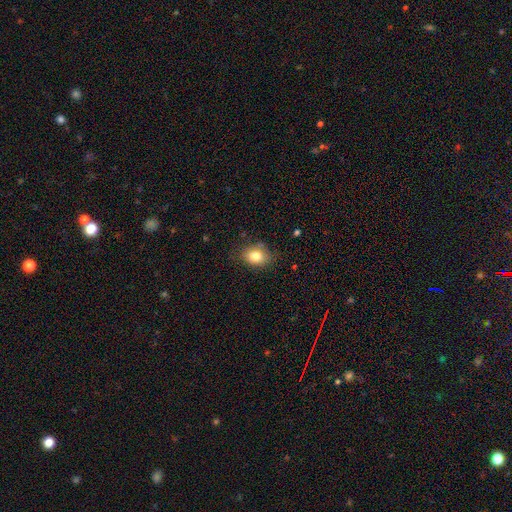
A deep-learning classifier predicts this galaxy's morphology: smooth-or-featured: smooth: 82% | star or artifact: 9% | featured or disk: 9%
  how-rounded: in between: 69% | round: 29% | cigar-shaped: 1%
  merging: none: 75% | minor disturbance: 19% | major disturbance: 4% | merger: 2%